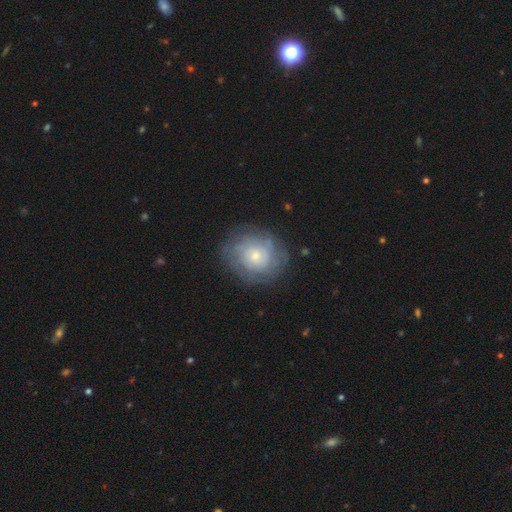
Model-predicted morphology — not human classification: smooth-or-featured: featured or disk: 56% | smooth: 36% | star or artifact: 8%
  disk-edge-on: no: 97% | yes: 3%
    bar: no: 84% | weak: 14% | strong: 2%
    has-spiral-arms: yes: 74% | no: 26%
    bulge-size: small: 55% | moderate: 37% | large: 5% | none: 2% | dominant: 1%
  merging: none: 76% | minor disturbance: 16% | major disturbance: 7% | merger: 1%